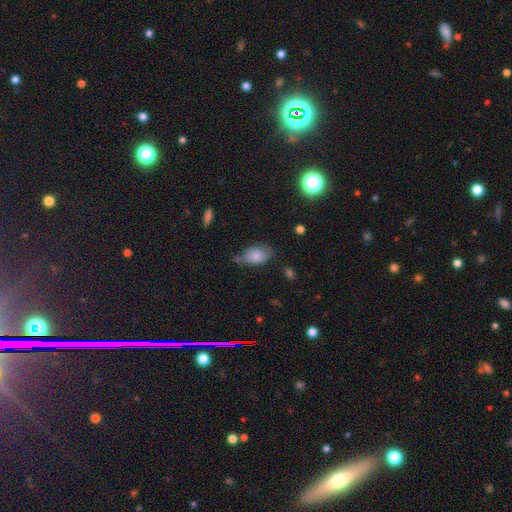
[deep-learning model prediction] This is clearly a smooth galaxy (81%). How rounded: clearly in between (88%). Merging: possibly none (55%).